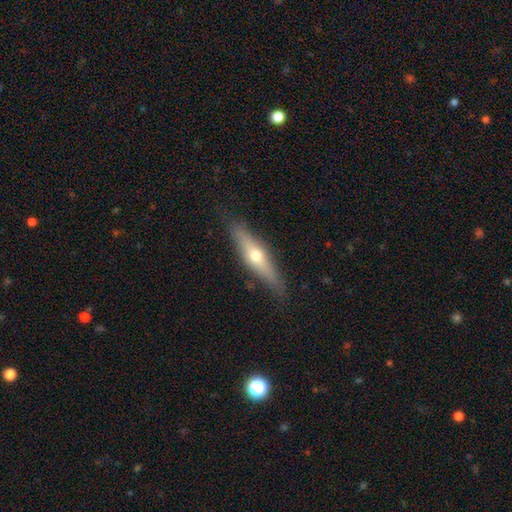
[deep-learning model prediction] This appears to be a featured or disk galaxy (59%) viewed edge-on (90%) with a rounded central bulge (91%). Merging: none (86%).